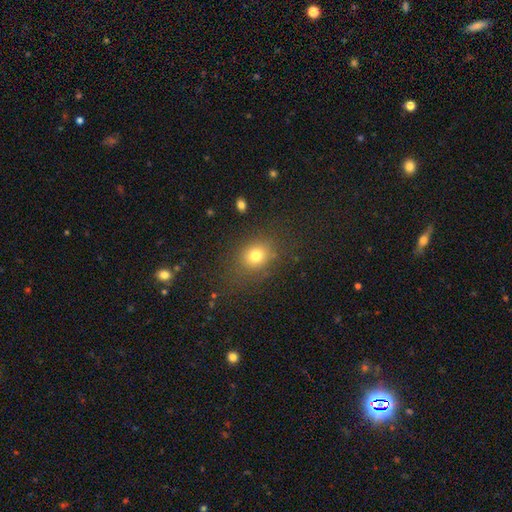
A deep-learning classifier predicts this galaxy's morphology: Smooth or featured? Predicted: smooth (p=0.76). How rounded? Predicted: round (p=0.57). Merging? Predicted: none (p=0.76).